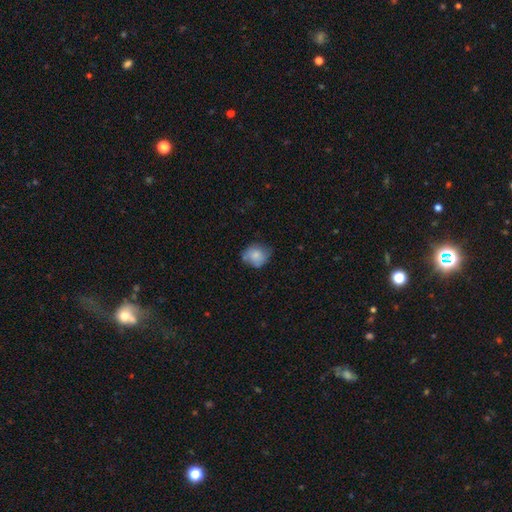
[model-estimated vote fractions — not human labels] smooth 78%, featured or disk 14%, star or artifact 8%. Down the decision tree: how rounded — round (71%); merging — none (58%).